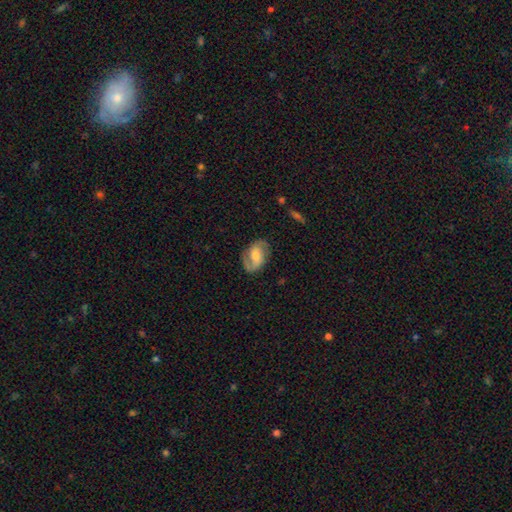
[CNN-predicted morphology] The model was most divided on "bar": weak: 45%, no: 36%, strong: 19%. Remaining: edge-on disk — no (97%); spiral arms — yes (89%); spiral arm count — 2 (87%); merging — none (78%); smooth or featured — featured or disk (68%); bulge size — moderate (52%); spiral winding — medium (47%).